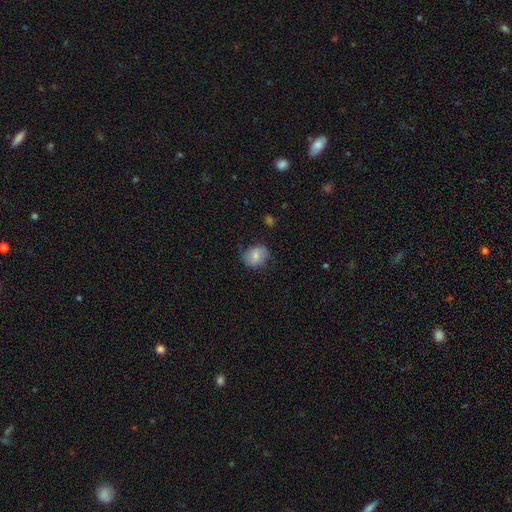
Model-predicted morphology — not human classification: Smooth or featured?
  - smooth: 74% *
  - featured or disk: 18%
  - star or artifact: 8%
How rounded?
  - round: 58% *
  - in between: 41%
  - cigar-shaped: 1%
Merging?
  - none: 70% *
  - minor disturbance: 23%
  - major disturbance: 6%
  - merger: 1%